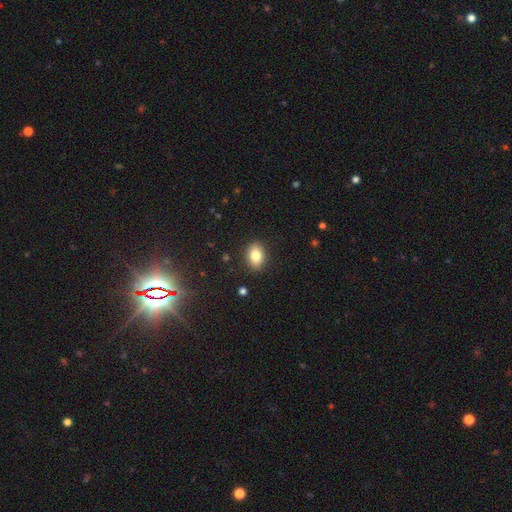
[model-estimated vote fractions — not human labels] Smooth or featured? smooth (82%)
How rounded? in between (79%)
Merging? none (88%)